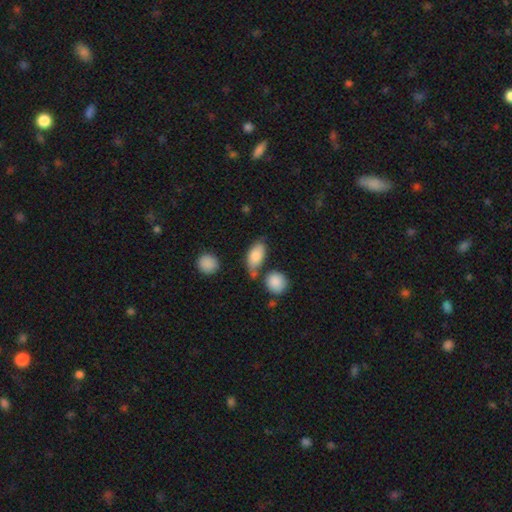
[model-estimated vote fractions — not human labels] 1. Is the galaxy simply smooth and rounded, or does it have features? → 83% smooth, 10% featured or disk, 7% star or artifact.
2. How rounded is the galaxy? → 89% in between, 5% cigar-shaped, 5% round.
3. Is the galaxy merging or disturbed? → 53% none, 21% minor disturbance, 19% merger, 7% major disturbance.